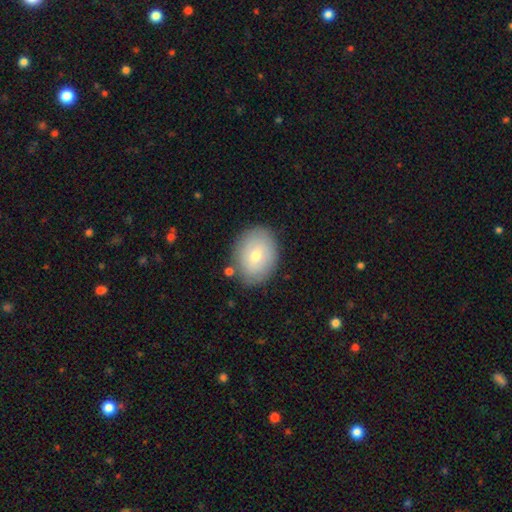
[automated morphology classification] Overall: smooth (68%). How rounded: in between (63%; round 36%). Merging: none (83%).